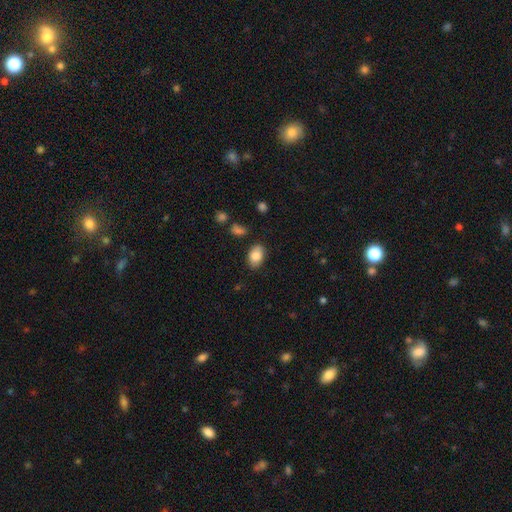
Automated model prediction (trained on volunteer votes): A smooth galaxy with no disk features (84%) that is in between round and cigar-shaped (85%).

Vote fractions:
- Smooth or featured? smooth: 84% / featured or disk: 8% / star or artifact: 7%
- How rounded? in between: 85% / round: 14% / cigar-shaped: 1%
- Merging? none: 82% / minor disturbance: 13% / major disturbance: 3% / merger: 2%